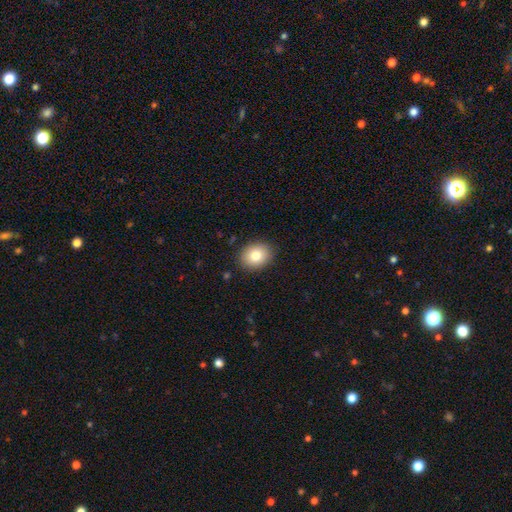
Smooth or featured? 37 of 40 (92%) said smooth. How rounded? 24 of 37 (65%) said in between. Merging? 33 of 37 (89%) said none.